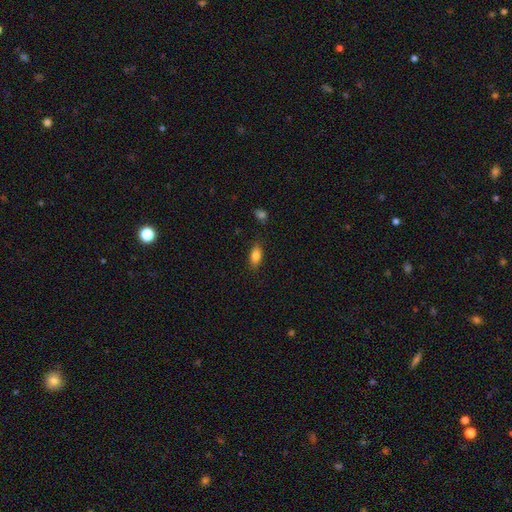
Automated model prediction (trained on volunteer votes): smooth_or_featured: smooth (p=0.83) [alt: featured or disk p=0.09]
how_rounded: in between (p=0.85) [alt: cigar-shaped p=0.10]
merging: none (p=0.82) [alt: minor disturbance p=0.13]